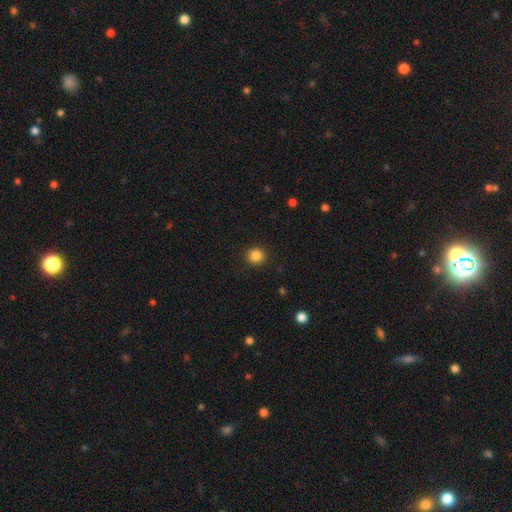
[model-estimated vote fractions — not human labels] smooth-or-featured: smooth: 85% | star or artifact: 11% | featured or disk: 4%
  how-rounded: round: 91% | in between: 8% | cigar-shaped: 1%
  merging: none: 92% | minor disturbance: 5% | major disturbance: 2% | merger: 1%